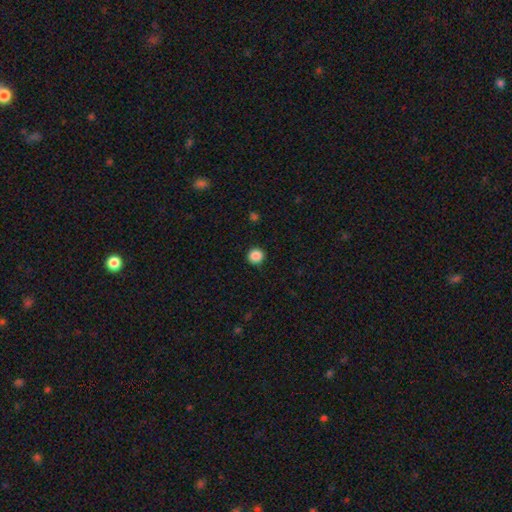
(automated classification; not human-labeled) Overall: smooth (87%). How rounded: round (94%). Merging: none (91%).